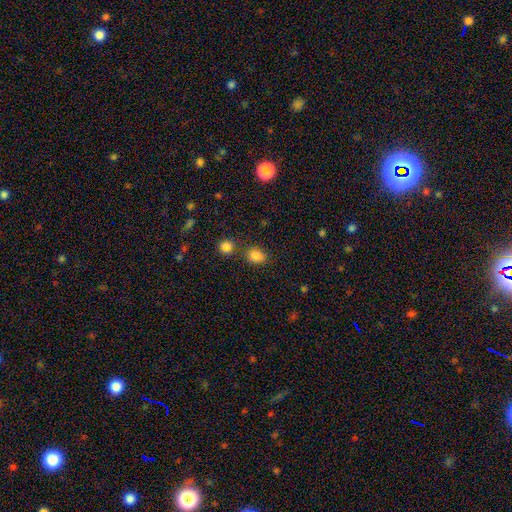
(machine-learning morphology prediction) smooth-or-featured: smooth: 82% | star or artifact: 14% | featured or disk: 5%
  how-rounded: in between: 50% | round: 49% | cigar-shaped: 1%
  merging: none: 73% | minor disturbance: 12% | merger: 11% | major disturbance: 4%